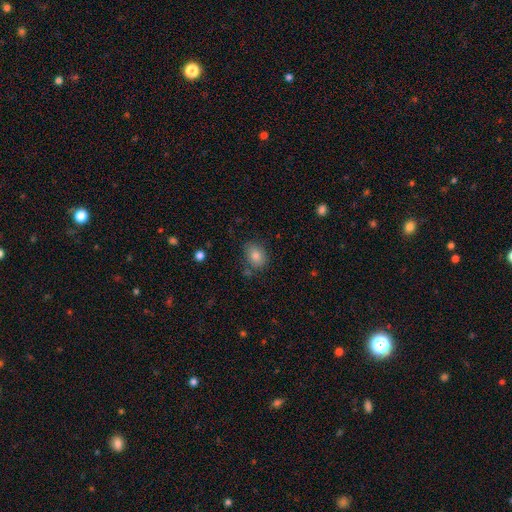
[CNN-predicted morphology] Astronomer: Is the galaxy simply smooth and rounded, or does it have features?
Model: smooth — 82%.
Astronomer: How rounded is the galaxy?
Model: in between — 62% (runner-up: round, 37%).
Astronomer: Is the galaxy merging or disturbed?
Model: none — 76%.